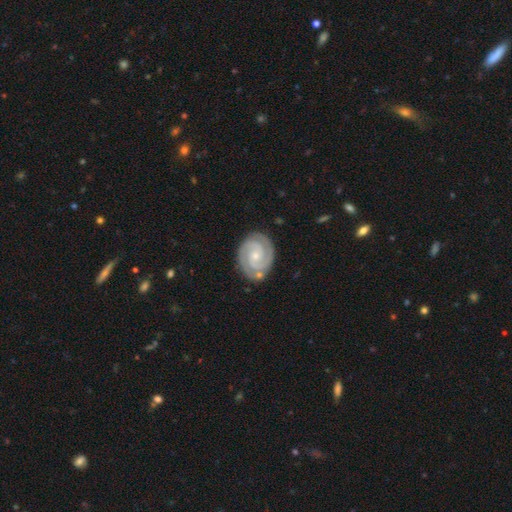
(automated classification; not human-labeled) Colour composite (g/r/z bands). It shows a featured or disk galaxy (89%) with no bar (62%), 2 (86%) tight (70%) spiral arms (98%) and a small central bulge (68%). Merging: none (83%).